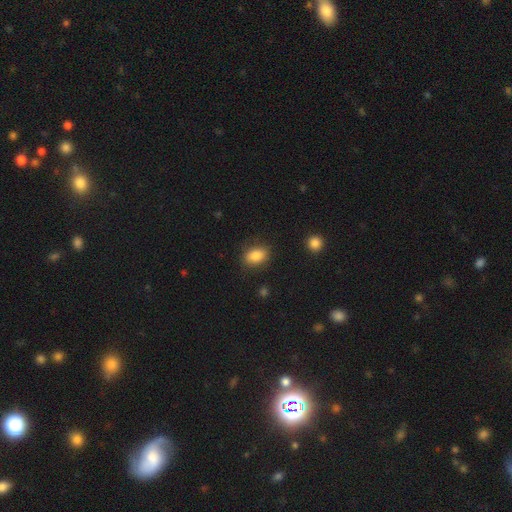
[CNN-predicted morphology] Smooth or featured? Predicted: smooth (p=0.86). How rounded? Predicted: in between (p=0.79). Merging? Predicted: none (p=0.83).